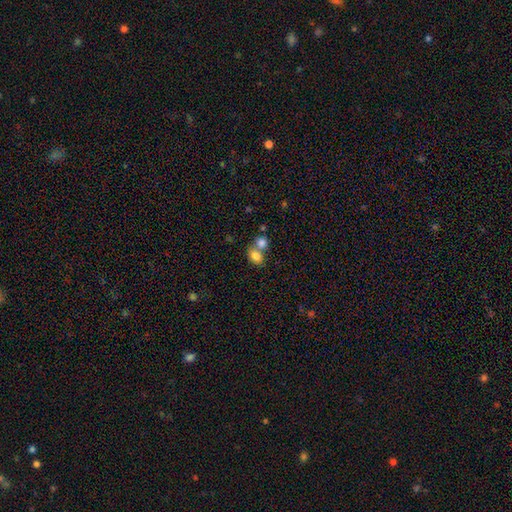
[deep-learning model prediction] Q: Smooth or featured?
A: smooth (80%); runner-up: featured or disk (11%)
Q: How rounded?
A: in between (61%); runner-up: round (38%)
Q: Merging?
A: merger (55%); runner-up: none (34%)